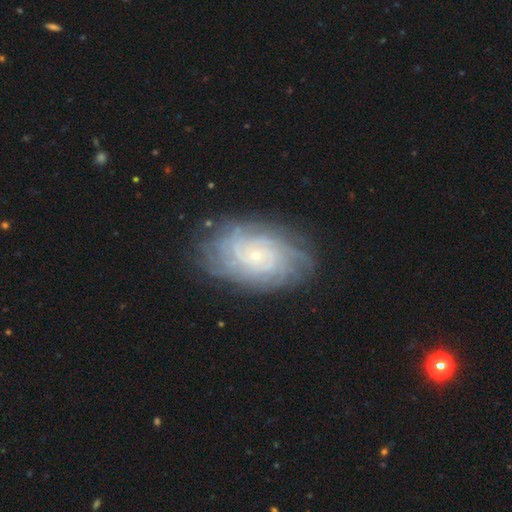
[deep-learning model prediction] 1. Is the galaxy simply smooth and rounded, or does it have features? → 83% featured or disk, 10% smooth, 7% star or artifact.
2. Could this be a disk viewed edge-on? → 96% no, 4% yes.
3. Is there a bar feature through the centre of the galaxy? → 78% no, 18% weak, 4% strong.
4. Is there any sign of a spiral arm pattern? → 96% yes, 4% no.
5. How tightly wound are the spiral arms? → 81% tight, 15% medium, 4% loose.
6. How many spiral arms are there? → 31% can't tell, 28% more than 4, 17% 4, 9% 3, 8% 2, 7% 1.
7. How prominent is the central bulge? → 86% small, 10% moderate, 2% none, 1% large, 1% dominant.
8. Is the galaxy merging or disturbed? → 82% none, 13% minor disturbance, 4% major disturbance, 1% merger.